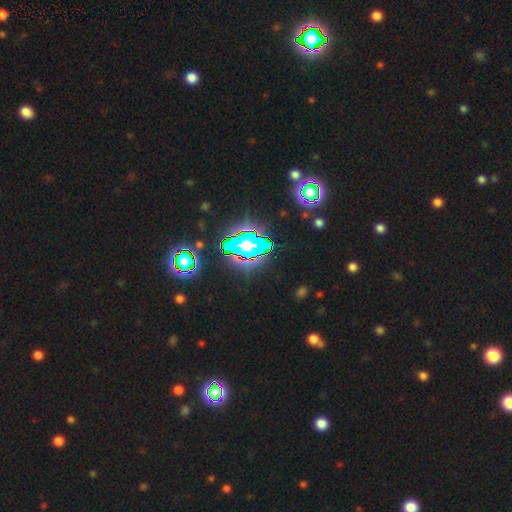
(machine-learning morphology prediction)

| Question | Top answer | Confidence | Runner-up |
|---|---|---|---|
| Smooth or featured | star or artifact | 58% | smooth (22%) |